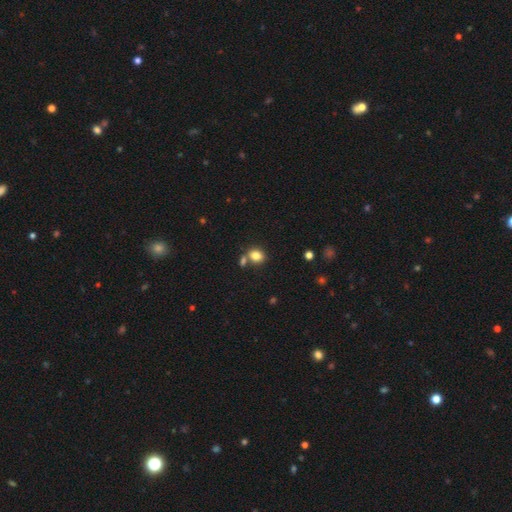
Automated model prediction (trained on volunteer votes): smooth 82%, star or artifact 11%, featured or disk 7%. Down the decision tree: how rounded — in between (50%); merging — none (59%).